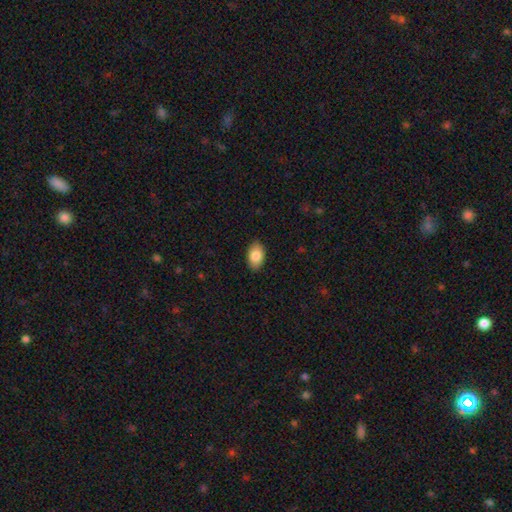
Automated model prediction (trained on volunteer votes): Overall: smooth (86%). How rounded: in between (91%). Merging: none (89%).